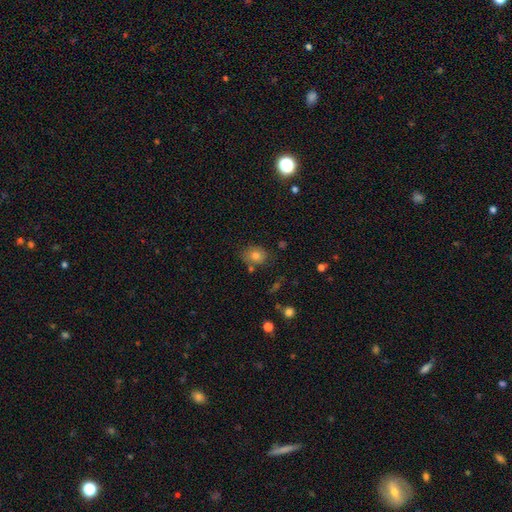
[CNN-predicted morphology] Overall: smooth (76%). How rounded: in between (50%; round 49%). Merging: none (73%).